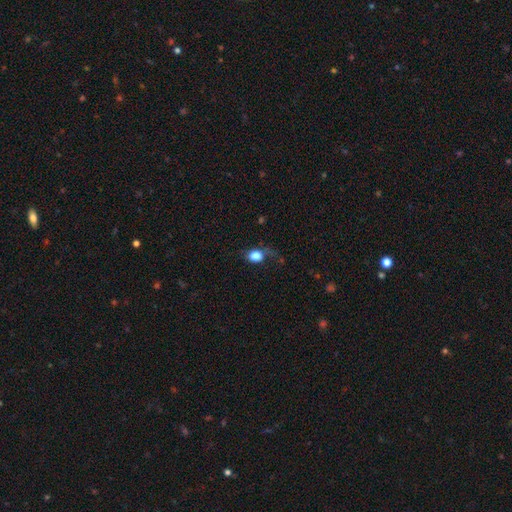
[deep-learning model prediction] smooth_or_featured: smooth (p=0.79) [alt: featured or disk p=0.11]
how_rounded: in between (p=0.61) [alt: round p=0.37]
merging: none (p=0.38) [alt: major disturbance p=0.33]